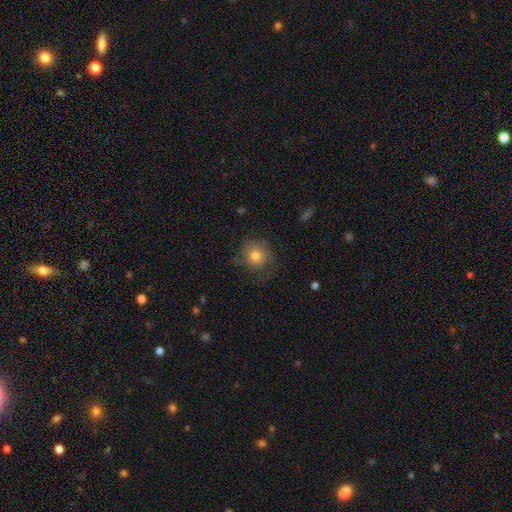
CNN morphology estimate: This is likely a smooth galaxy (73%). How rounded: clearly round (87%). Merging: likely none (65%).